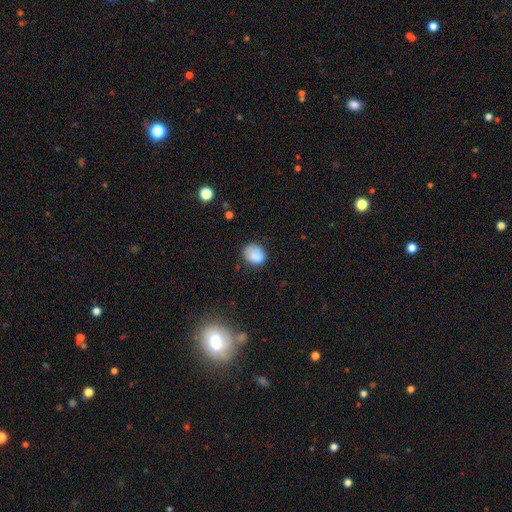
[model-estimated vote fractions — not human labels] This appears to be a smooth galaxy with no disk features (79%) that is round (51%). Merging: none (58%).